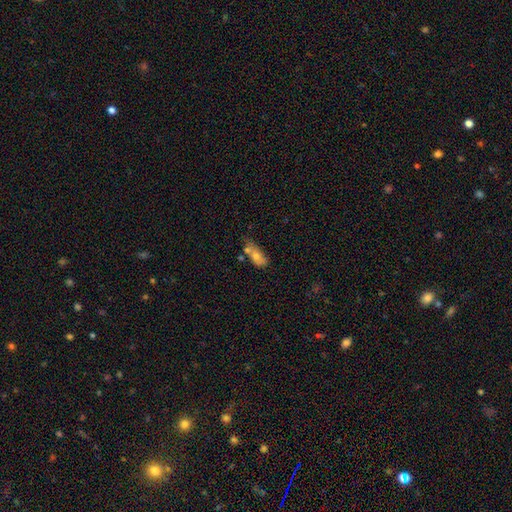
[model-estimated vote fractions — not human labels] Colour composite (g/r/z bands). It shows a smooth galaxy with no disk features (68%) that is in between round and cigar-shaped (81%). Merging: none (33%).